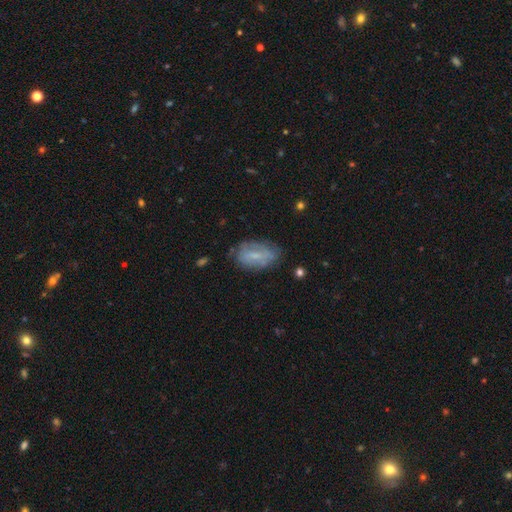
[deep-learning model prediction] smooth_or_featured: smooth (p=0.48) [alt: featured or disk p=0.44]
merging: none (p=0.62) [alt: minor disturbance p=0.26]